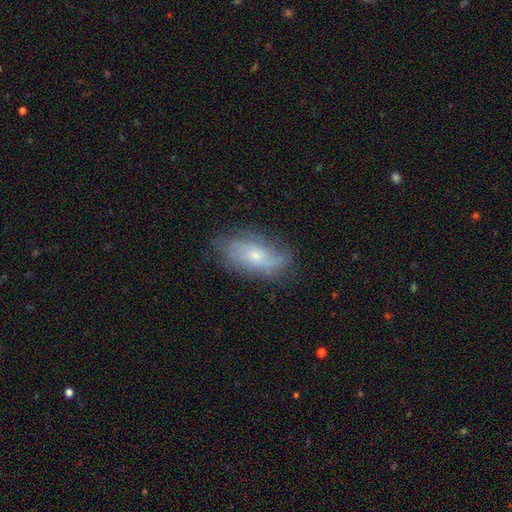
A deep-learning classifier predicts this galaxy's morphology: Smooth or featured? featured or disk (61%)
Edge-on disk? no (91%)
Bar? no (75%)
Spiral arms? yes (81%)
Bulge size? small (69%)
Merging? none (67%)